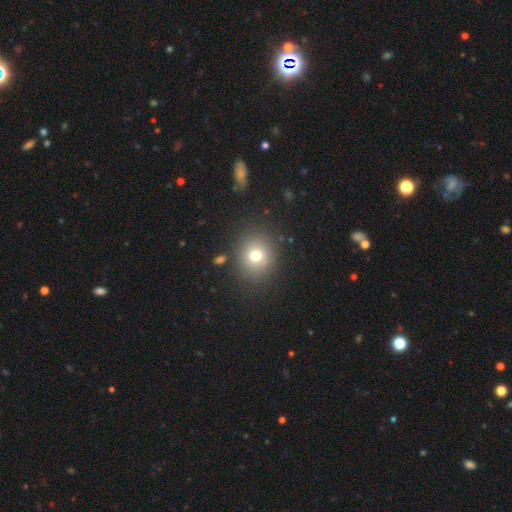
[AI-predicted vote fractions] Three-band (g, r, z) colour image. It shows a smooth galaxy with no disk features (73%) that is round (73%). Merging: none (85%).